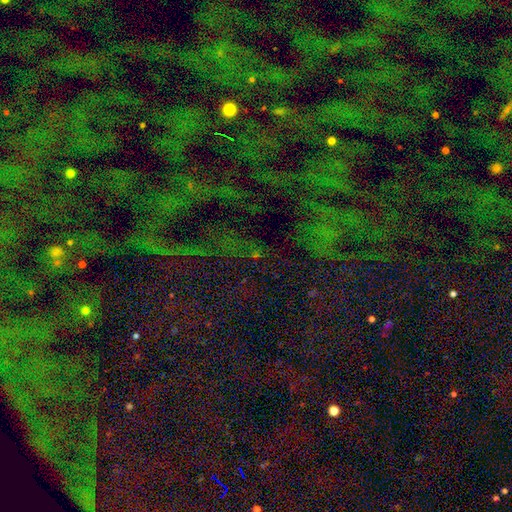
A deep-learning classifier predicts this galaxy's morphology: star or artifact 72%, smooth 17%, featured or disk 11%.